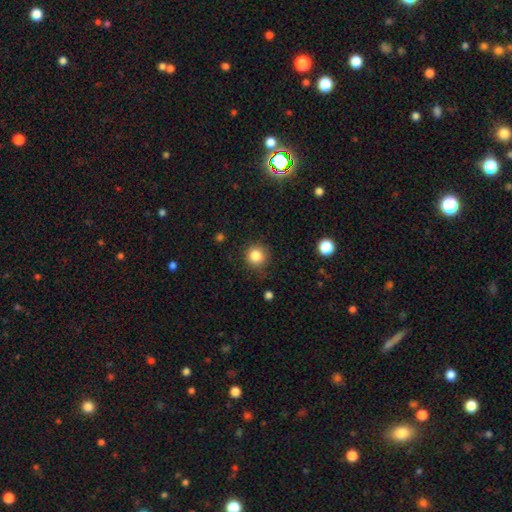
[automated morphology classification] smooth-or-featured: smooth: 85% | star or artifact: 11% | featured or disk: 5%
  how-rounded: round: 92% | in between: 7% | cigar-shaped: 1%
  merging: none: 83% | minor disturbance: 13% | major disturbance: 4% | merger: 1%